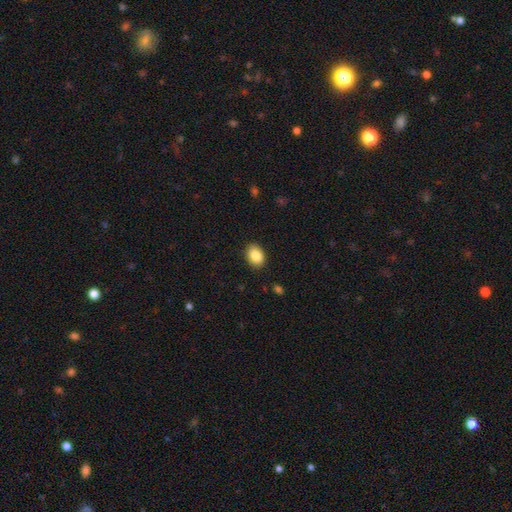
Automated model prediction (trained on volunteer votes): Morphology: type=smooth (87%); roundness=in between (76%); merging=none (88%).